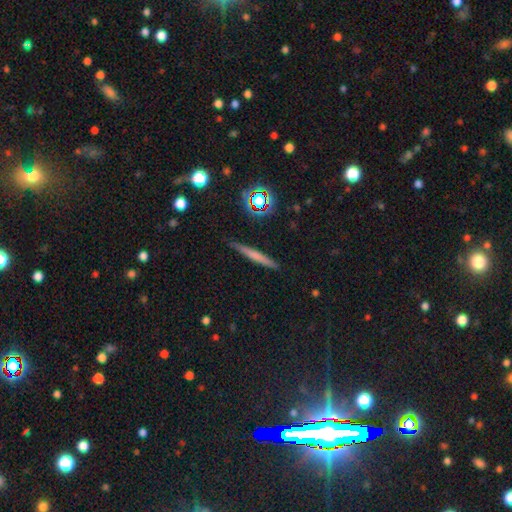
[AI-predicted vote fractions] Overall: smooth (55%; featured or disk 32%). How rounded: cigar-shaped (93%). Merging: none (87%).